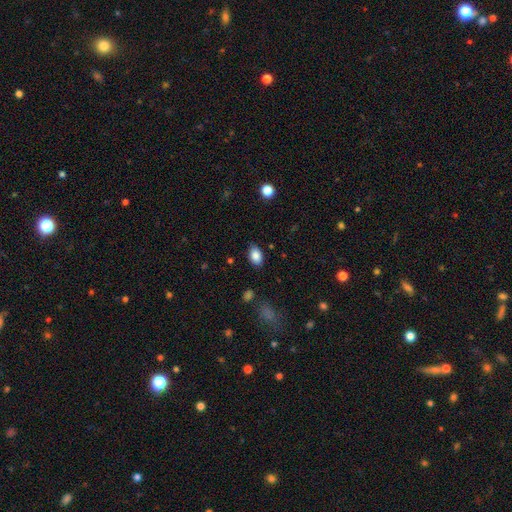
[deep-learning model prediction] smooth_or_featured: smooth (p=0.86) [alt: star or artifact p=0.08]
how_rounded: in between (p=0.87) [alt: round p=0.11]
merging: none (p=0.84) [alt: minor disturbance p=0.12]